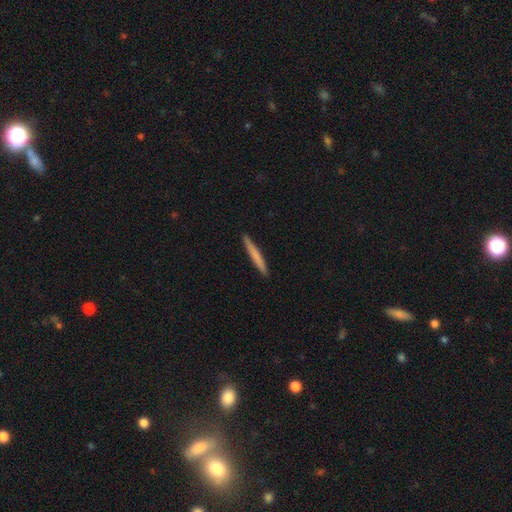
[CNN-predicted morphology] This is likely a smooth galaxy (70%). How rounded: clearly cigar-shaped (97%). Merging: clearly none (92%).